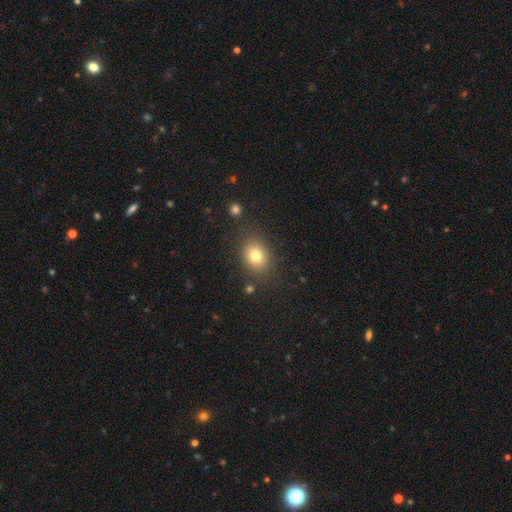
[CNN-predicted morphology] Q: Smooth or featured?
A: smooth (78%); runner-up: star or artifact (12%)
Q: How rounded?
A: in between (51%); runner-up: round (48%)
Q: Merging?
A: none (81%); runner-up: minor disturbance (11%)